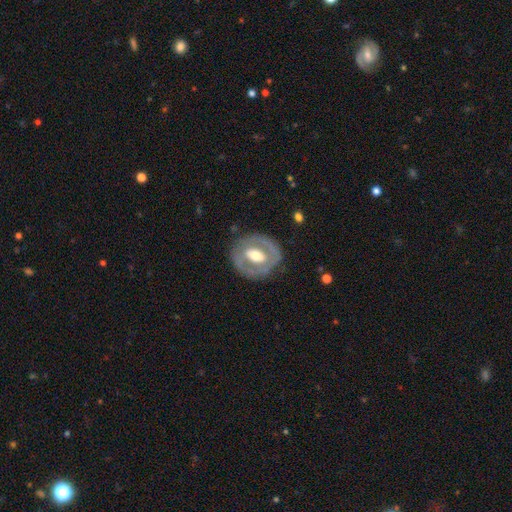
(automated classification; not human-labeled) Q: Smooth or featured?
A: featured or disk (65%); runner-up: smooth (30%)
Q: Edge-on disk?
A: no (94%); runner-up: yes (6%)
Q: Bar?
A: no (40%); runner-up: weak (33%)
Q: Spiral arms?
A: no (74%); runner-up: yes (26%)
Q: Bulge size?
A: moderate (66%); runner-up: large (18%)
Q: Merging?
A: none (78%); runner-up: minor disturbance (14%)